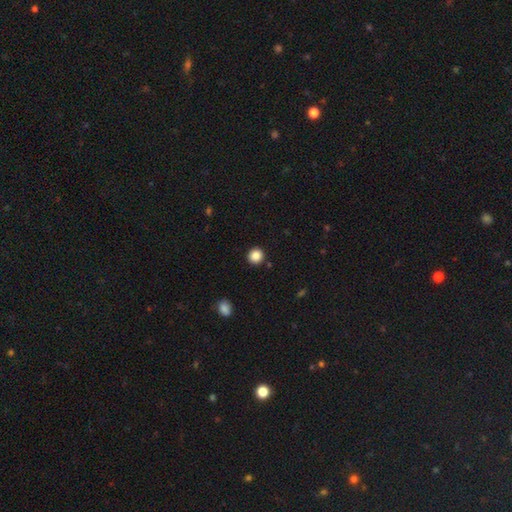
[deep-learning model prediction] This appears to be a smooth galaxy with no disk features (87%) that is round (93%). Merging: none (92%).